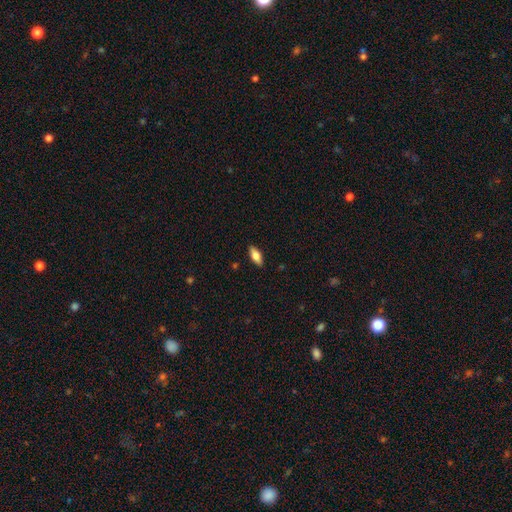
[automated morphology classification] Smooth or featured? Predicted: smooth (p=0.76). How rounded? Predicted: in between (p=0.82). Merging? Predicted: none (p=0.88).